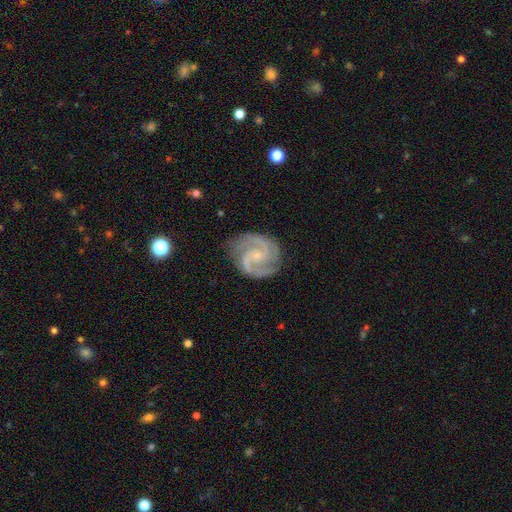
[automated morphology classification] The model was most divided on "bar": no: 54%, weak: 37%, strong: 9%. More confident: spiral arms — yes (99%); edge-on disk — no (98%); smooth or featured — featured or disk (92%); merging — none (80%); spiral arm count — 2 (79%); bulge size — small (74%); spiral winding — medium (55%).